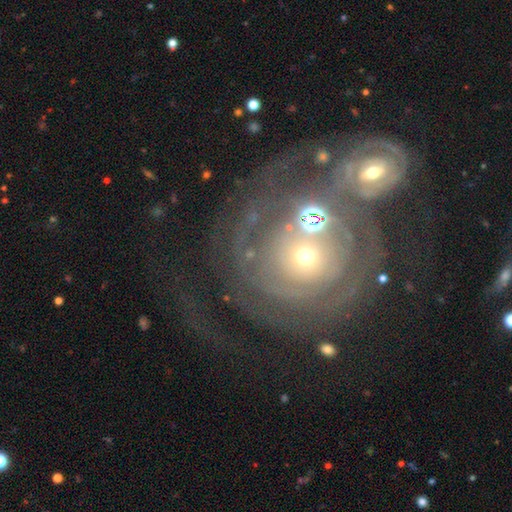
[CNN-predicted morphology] smooth-or-featured: featured or disk: 79% | smooth: 12% | star or artifact: 9%
  disk-edge-on: no: 97% | yes: 3%
    bar: no: 84% | weak: 12% | strong: 4%
    has-spiral-arms: yes: 78% | no: 22%
      spiral-winding: tight: 71% | medium: 19% | loose: 10%
      spiral-arm-count: can't tell: 49% | 2: 20% | 3: 10% | 1: 7% | more than 4: 7% | 4: 7%
    bulge-size: small: 55% | moderate: 37% | large: 4% | none: 2% | dominant: 2%
  merging: merger: 49% | none: 26% | major disturbance: 14% | minor disturbance: 10%